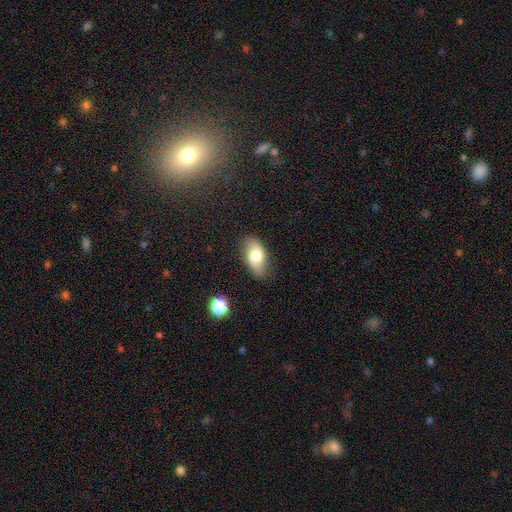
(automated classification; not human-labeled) Overall: smooth (73%). How rounded: in between (91%). Merging: none (81%).